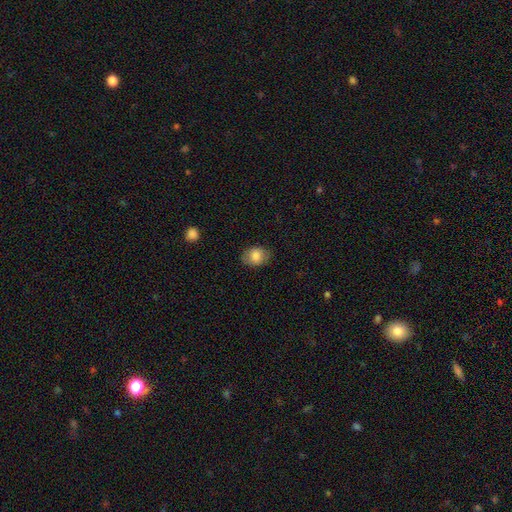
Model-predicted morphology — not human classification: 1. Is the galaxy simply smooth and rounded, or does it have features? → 82% smooth, 10% featured or disk, 8% star or artifact.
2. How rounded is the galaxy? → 64% in between, 34% round, 1% cigar-shaped.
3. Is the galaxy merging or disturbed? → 81% none, 14% minor disturbance, 4% major disturbance, 1% merger.